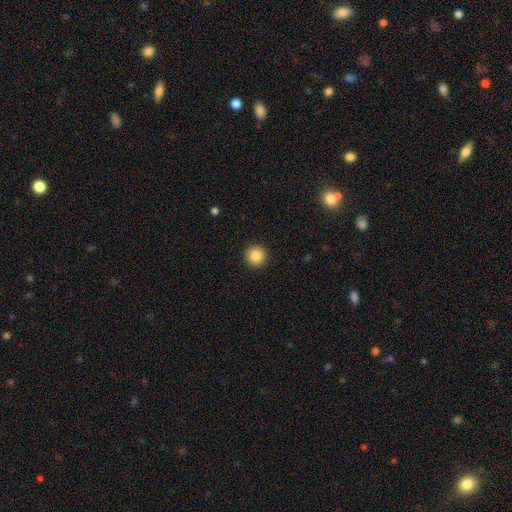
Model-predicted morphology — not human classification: Smooth or featured?
  - smooth: 86% *
  - star or artifact: 10%
  - featured or disk: 5%
How rounded?
  - round: 96% *
  - in between: 3%
  - cigar-shaped: 1%
Merging?
  - none: 93% *
  - minor disturbance: 5%
  - major disturbance: 2%
  - merger: 1%